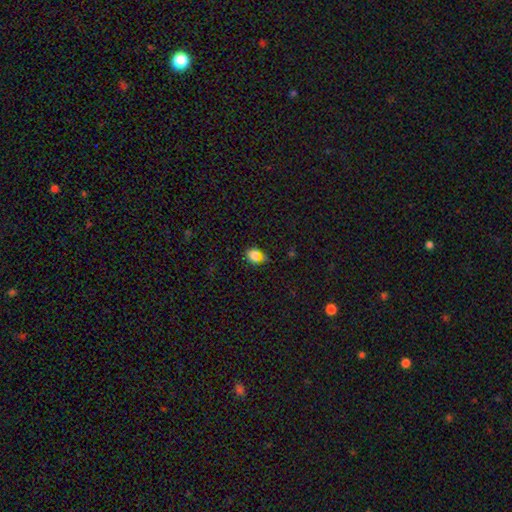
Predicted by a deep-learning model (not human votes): A smooth galaxy with no disk features (79%) that is in between round and cigar-shaped (56%).

Vote fractions:
- Smooth or featured? smooth: 79% / star or artifact: 14% / featured or disk: 7%
- How rounded? in between: 56% / round: 42% / cigar-shaped: 2%
- Merging? none: 58% / minor disturbance: 26% / merger: 9% / major disturbance: 7%